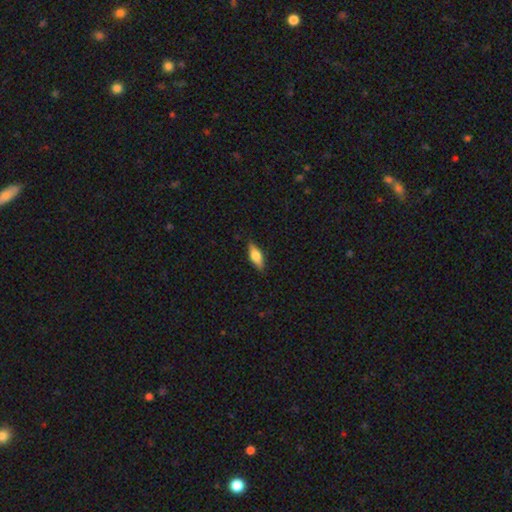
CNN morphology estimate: This is likely a smooth galaxy (69%). How rounded: likely in between (70%). Merging: clearly none (85%).